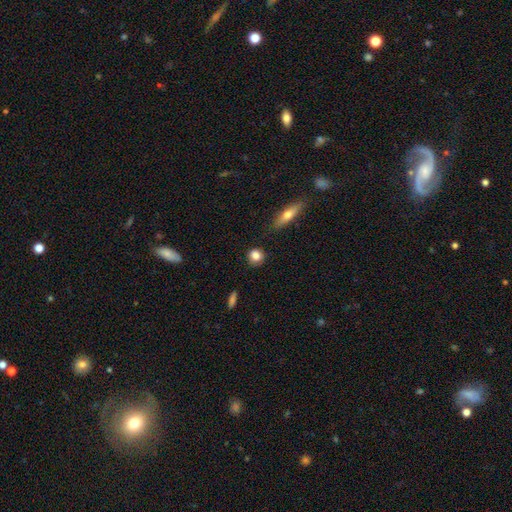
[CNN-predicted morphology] This appears to be a smooth galaxy with no disk features (83%) that is round (80%). Merging: none (83%).